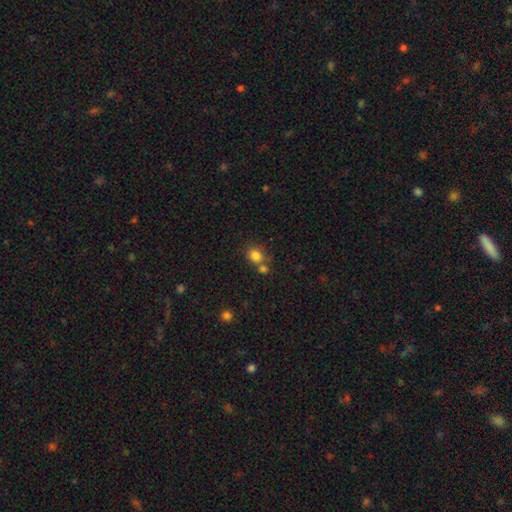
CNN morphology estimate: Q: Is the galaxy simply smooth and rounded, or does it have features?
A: smooth — 83%.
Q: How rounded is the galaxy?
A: round — 73%.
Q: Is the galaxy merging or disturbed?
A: none — 58%.